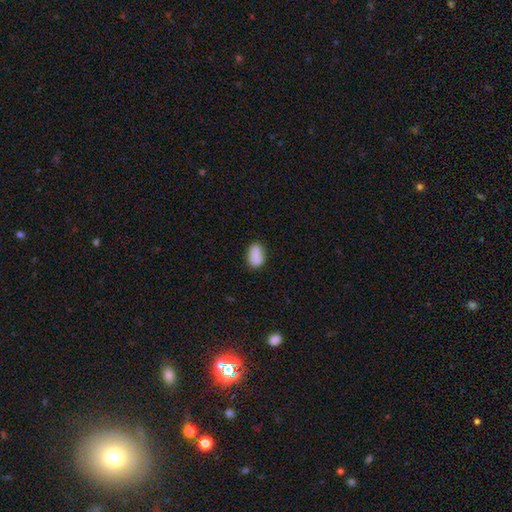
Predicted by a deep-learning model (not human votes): Overall: smooth (86%). How rounded: in between (88%). Merging: none (74%).